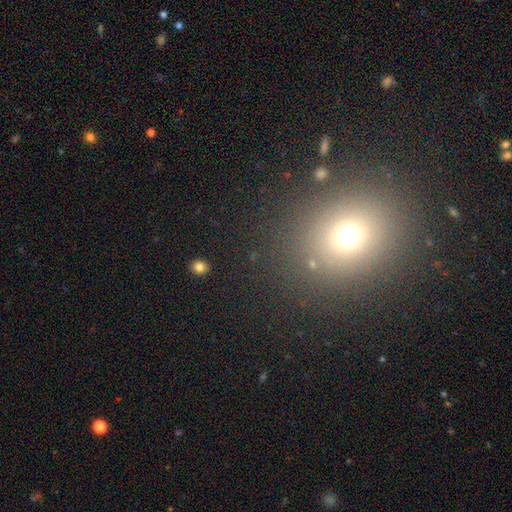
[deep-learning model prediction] This is likely a smooth galaxy (65%). How rounded: likely round (71%). Merging: clearly none (88%).